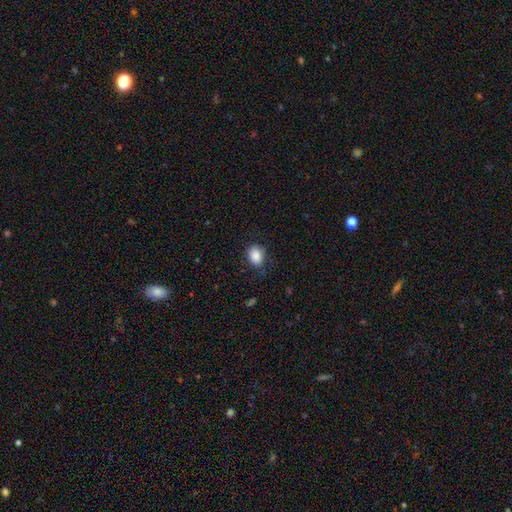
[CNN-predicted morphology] smooth-or-featured: smooth: 87% | star or artifact: 8% | featured or disk: 5%
  how-rounded: in between: 68% | round: 31% | cigar-shaped: 1%
  merging: none: 78% | minor disturbance: 17% | major disturbance: 4% | merger: 1%